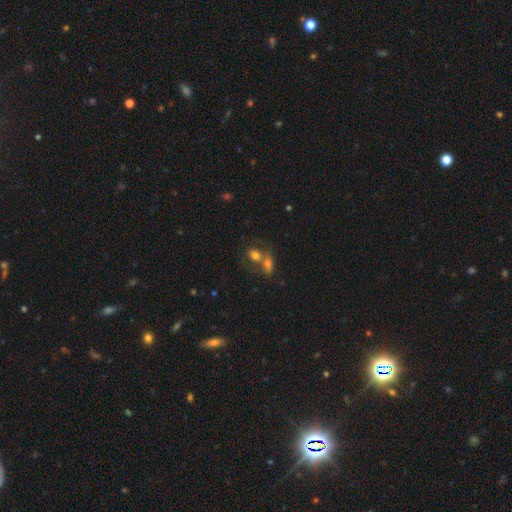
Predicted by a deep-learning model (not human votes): Smooth or featured? smooth (68%)
How rounded? in between (61%)
Merging? merger (62%)